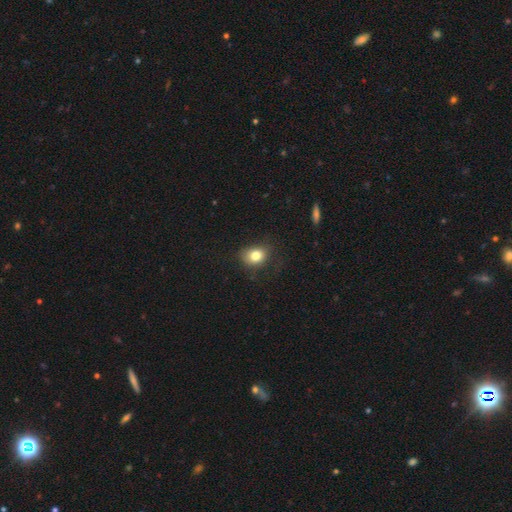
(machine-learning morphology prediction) This is likely a smooth galaxy (79%). How rounded: possibly round (51%). Merging: likely none (72%).